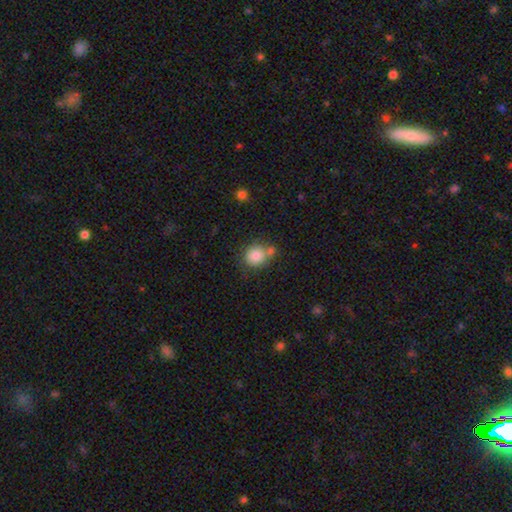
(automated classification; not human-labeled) A smooth galaxy with no disk features (83%) that is round (81%).

Vote fractions:
- Smooth or featured? smooth: 83% / star or artifact: 9% / featured or disk: 7%
- How rounded? round: 81% / in between: 19% / cigar-shaped: 1%
- Merging? none: 60% / merger: 20% / minor disturbance: 15% / major disturbance: 4%